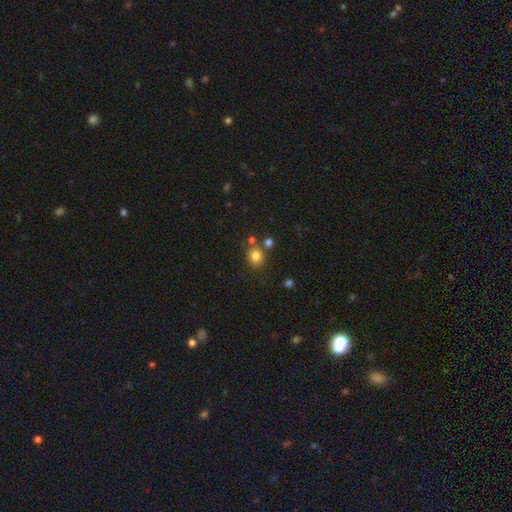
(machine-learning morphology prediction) Smooth or featured?
  - smooth: 81% *
  - star or artifact: 13%
  - featured or disk: 6%
How rounded?
  - round: 74% *
  - in between: 25%
  - cigar-shaped: 1%
Merging?
  - none: 73% *
  - merger: 13%
  - minor disturbance: 11%
  - major disturbance: 3%